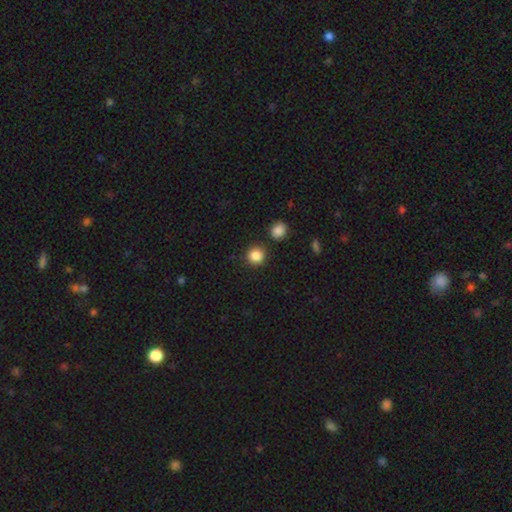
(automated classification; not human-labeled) Overall: smooth (86%). How rounded: round (91%). Merging: none (87%).